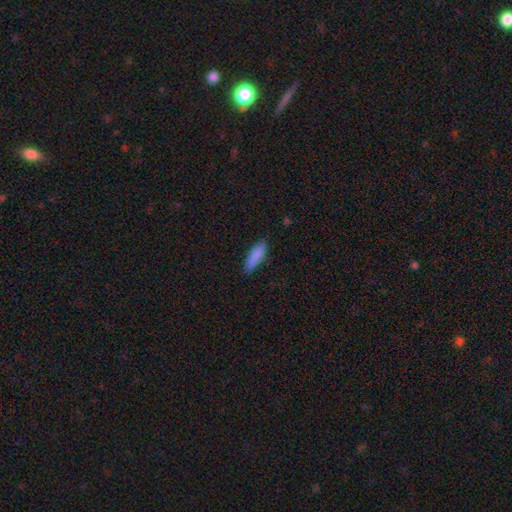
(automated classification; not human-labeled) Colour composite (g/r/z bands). It shows a smooth galaxy with no disk features (85%) that is cigar-shaped (57%). Merging: none (78%).